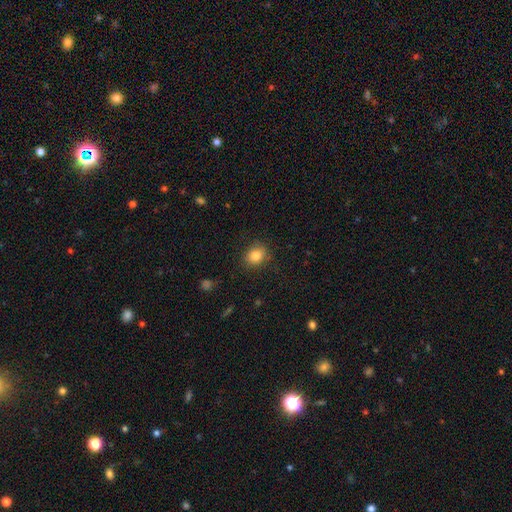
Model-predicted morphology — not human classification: type=smooth (83%); roundness=round (56%); merging=none (82%).